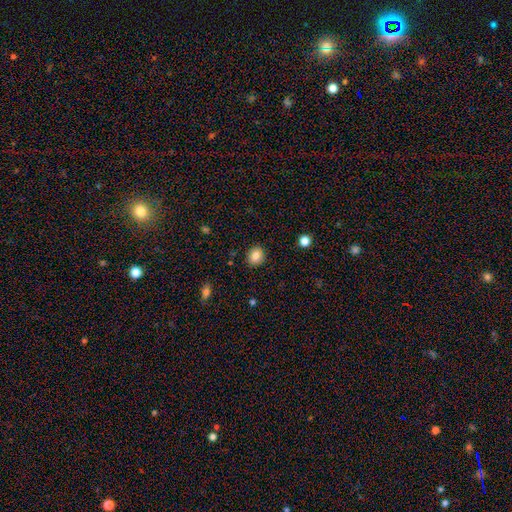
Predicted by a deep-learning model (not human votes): Overall: smooth (84%). How rounded: round (66%; in between 33%). Merging: none (89%).